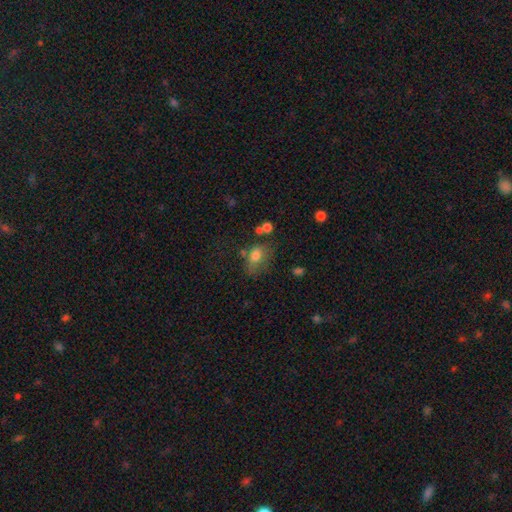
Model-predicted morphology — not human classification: A smooth galaxy with no disk features (74%) that is in between round and cigar-shaped (70%). Merging: none (39%).